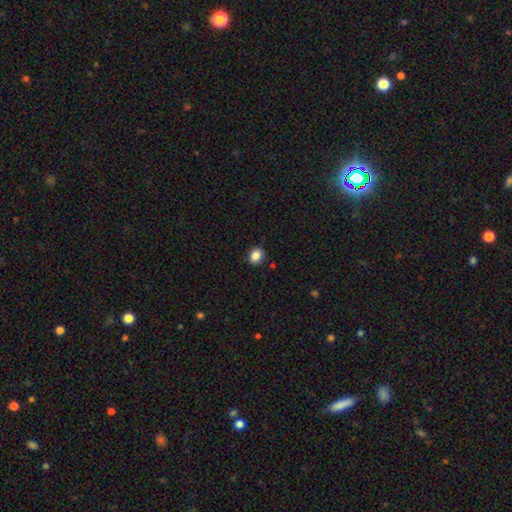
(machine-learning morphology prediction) smooth-or-featured: smooth: 86% | star or artifact: 10% | featured or disk: 4%
  how-rounded: round: 57% | in between: 42% | cigar-shaped: 1%
  merging: none: 88% | minor disturbance: 8% | major disturbance: 2% | merger: 2%